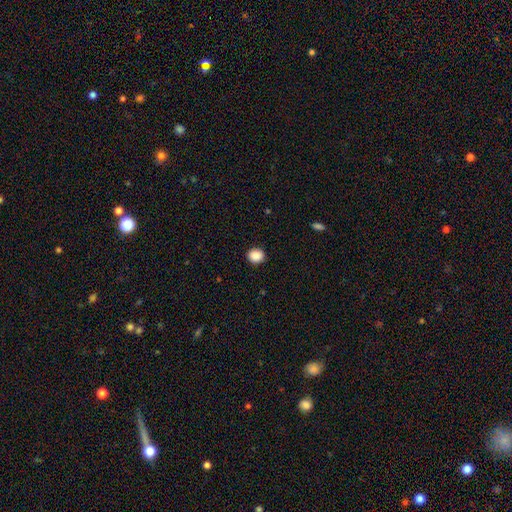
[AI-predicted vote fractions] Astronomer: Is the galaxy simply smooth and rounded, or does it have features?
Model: smooth — 89%.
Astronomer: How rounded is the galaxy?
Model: round — 78%.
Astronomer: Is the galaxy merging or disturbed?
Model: none — 91%.